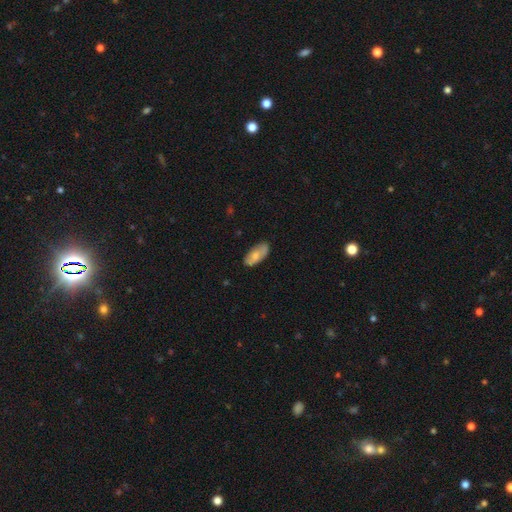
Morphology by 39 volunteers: smooth-or-featured: smooth: 72% | featured or disk: 23% | star or artifact: 5%
  how-rounded: in between: 93% | round: 4% | cigar-shaped: 4%
  merging: none: 76% | minor disturbance: 22% | major disturbance: 3% | merger: 0%